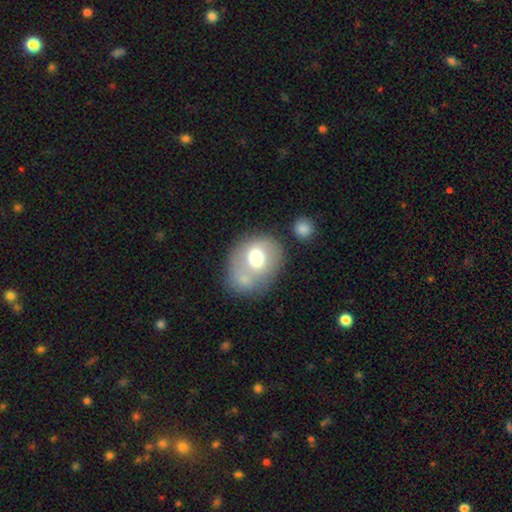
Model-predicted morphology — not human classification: smooth 61%, featured or disk 30%, star or artifact 9%. Down the decision tree: how rounded — round (52%); merging — none (39%).